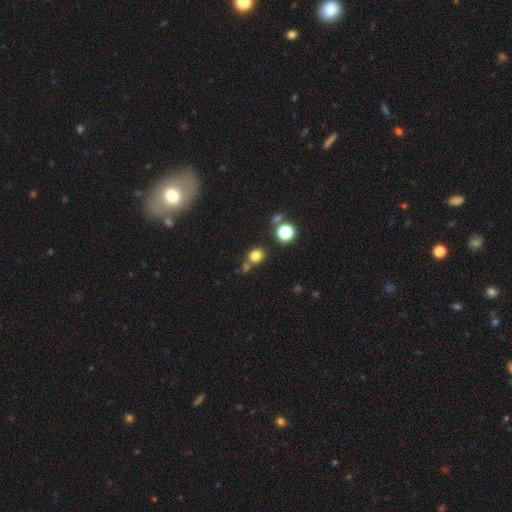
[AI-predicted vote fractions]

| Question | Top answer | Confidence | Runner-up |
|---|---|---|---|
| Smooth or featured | smooth | 78% | star or artifact (15%) |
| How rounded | round | 66% | in between (33%) |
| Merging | none | 67% | merger (16%) |